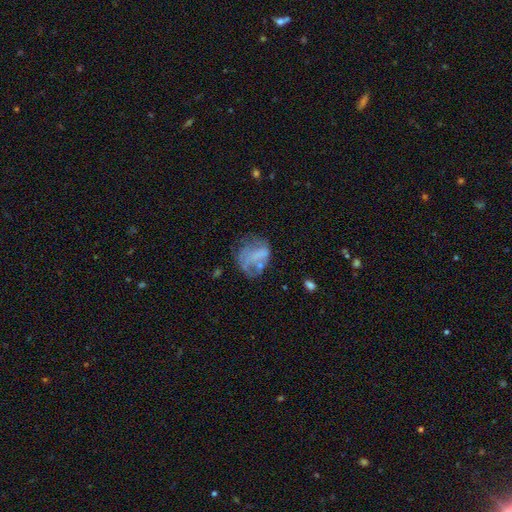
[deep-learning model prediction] smooth-or-featured: featured or disk: 45% | smooth: 41% | star or artifact: 14%
  merging: none: 39% | major disturbance: 31% | minor disturbance: 24% | merger: 5%